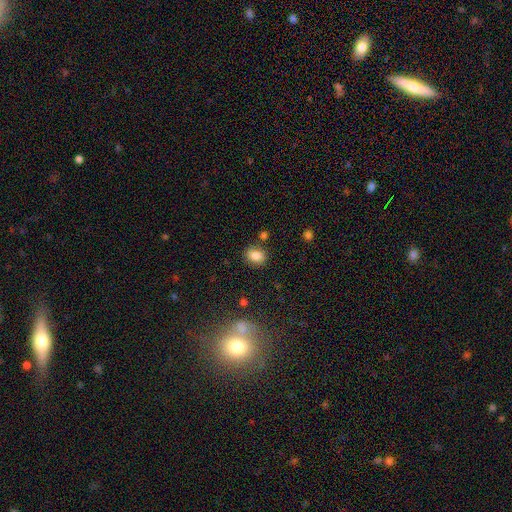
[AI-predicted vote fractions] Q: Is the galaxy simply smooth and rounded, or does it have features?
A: smooth — 83%.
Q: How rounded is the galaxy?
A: in between — 57%.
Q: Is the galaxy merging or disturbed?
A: none — 81%.